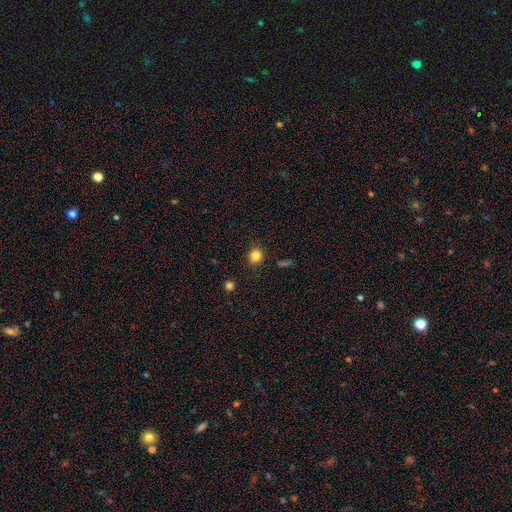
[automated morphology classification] This appears to be a smooth galaxy with no disk features (83%) that is round (81%). Merging: none (86%).